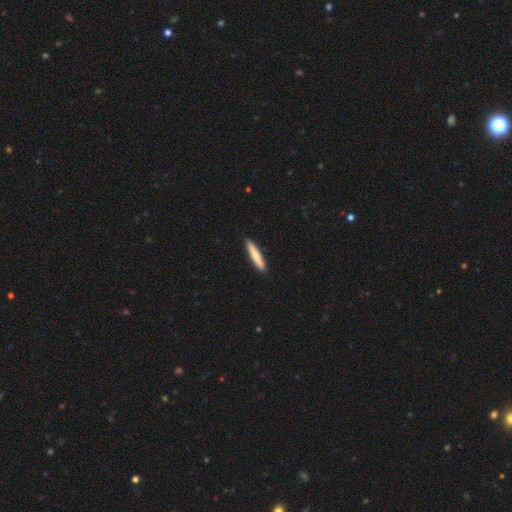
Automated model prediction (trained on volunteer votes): Smooth or featured?
  - smooth: 73% *
  - featured or disk: 22%
  - star or artifact: 5%
How rounded?
  - cigar-shaped: 91% *
  - in between: 8%
  - round: 1%
Merging?
  - none: 91% *
  - minor disturbance: 7%
  - major disturbance: 1%
  - merger: 1%